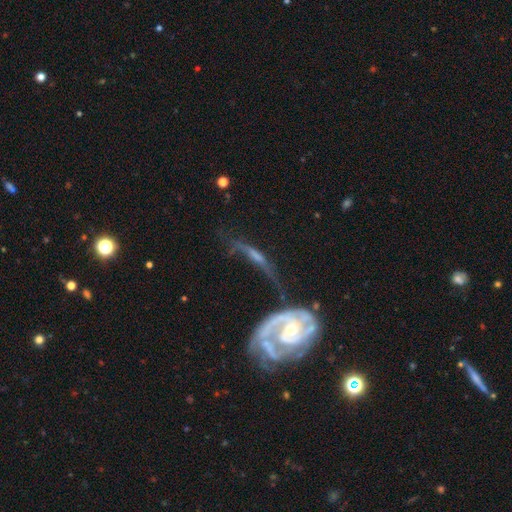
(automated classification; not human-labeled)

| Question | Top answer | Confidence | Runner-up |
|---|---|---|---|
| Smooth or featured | featured or disk | 72% | smooth (18%) |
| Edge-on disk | no | 73% | yes (27%) |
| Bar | no | 51% | weak (32%) |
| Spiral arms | yes | 77% | no (23%) |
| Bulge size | small | 46% | moderate (36%) |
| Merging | none | 31% | major disturbance (29%) |